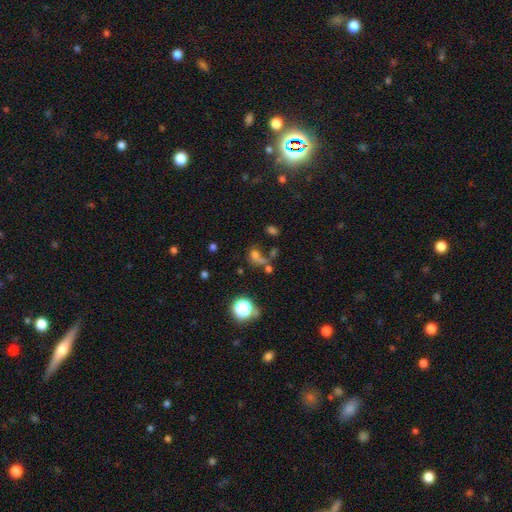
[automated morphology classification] Smooth or featured? smooth (53%)
How rounded? in between (50%)
Merging? none (35%)